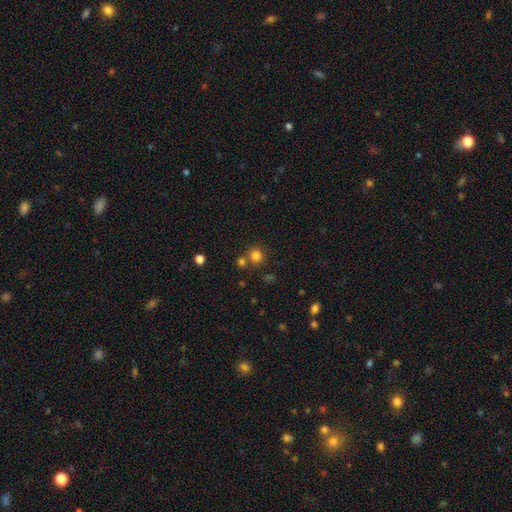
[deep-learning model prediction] Morphology: type=smooth (80%); roundness=round (89%); merging=none (72%).